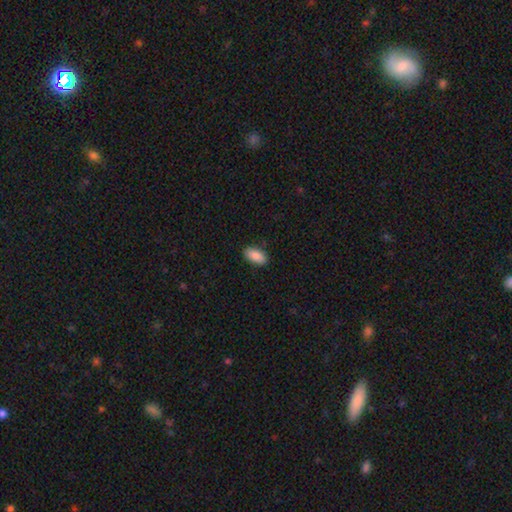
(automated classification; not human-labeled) Q: Smooth or featured?
A: smooth (87%); runner-up: star or artifact (6%)
Q: How rounded?
A: in between (93%); runner-up: cigar-shaped (4%)
Q: Merging?
A: none (88%); runner-up: minor disturbance (9%)